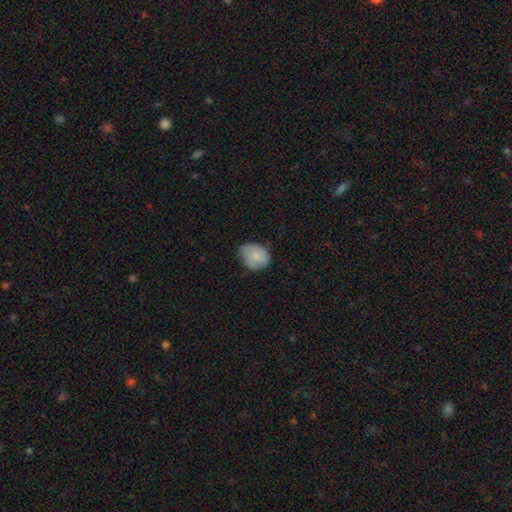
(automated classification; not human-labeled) Overall: smooth (77%). How rounded: round (50%; in between 49%). Merging: none (58%; minor disturbance 34%).